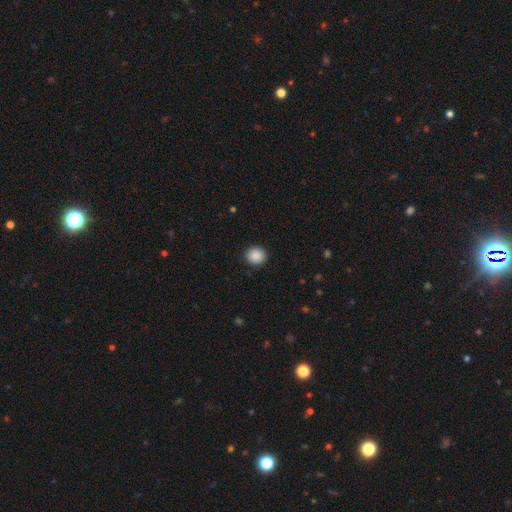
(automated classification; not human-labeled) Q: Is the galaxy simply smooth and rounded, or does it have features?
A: smooth — 89%.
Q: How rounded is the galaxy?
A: round — 87%.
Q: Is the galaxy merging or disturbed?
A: none — 90%.